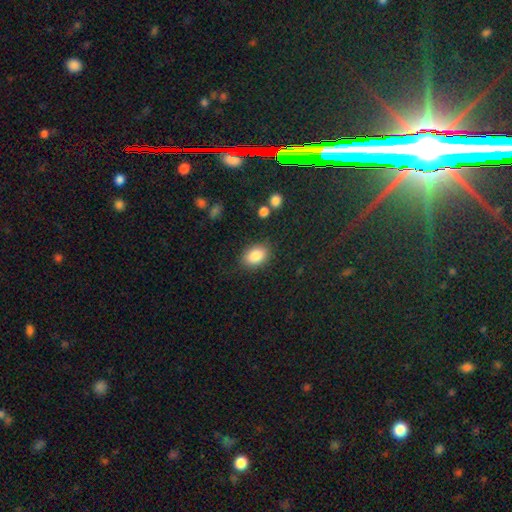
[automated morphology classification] A smooth galaxy with no disk features (86%) that is in between round and cigar-shaped (83%).

Vote fractions:
- Smooth or featured? smooth: 86% / star or artifact: 8% / featured or disk: 6%
- How rounded? in between: 83% / round: 16% / cigar-shaped: 1%
- Merging? none: 82% / minor disturbance: 13% / major disturbance: 4% / merger: 2%